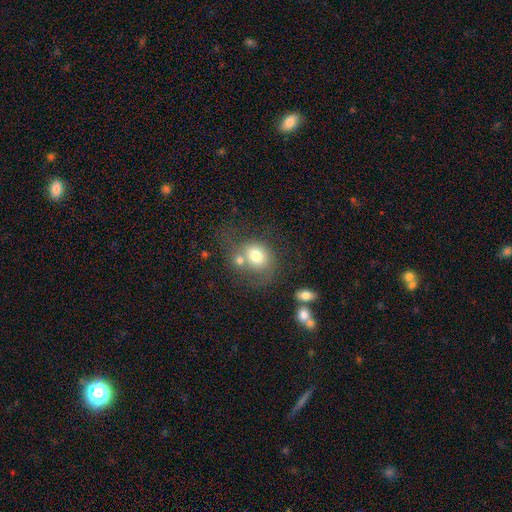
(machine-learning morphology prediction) Smooth or featured? smooth (67%)
How rounded? round (56%)
Merging? merger (37%)